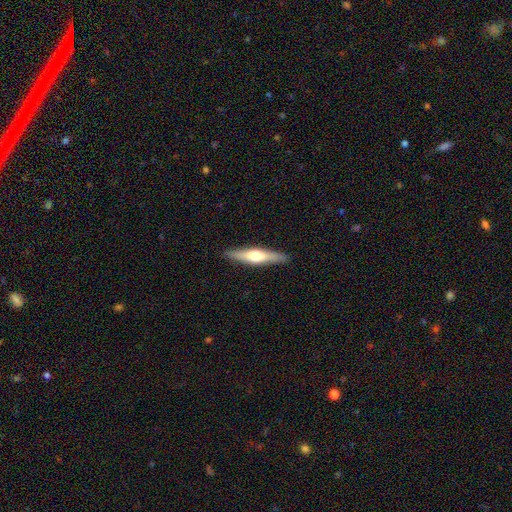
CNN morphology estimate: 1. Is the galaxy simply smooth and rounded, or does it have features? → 54% featured or disk, 41% smooth, 5% star or artifact.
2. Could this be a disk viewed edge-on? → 92% yes, 8% no.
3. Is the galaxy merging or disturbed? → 89% none, 8% minor disturbance, 2% major disturbance, 1% merger.